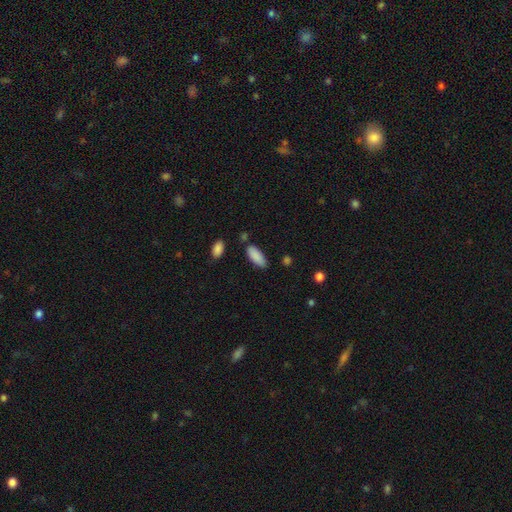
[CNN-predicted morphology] smooth-or-featured: smooth: 89% | star or artifact: 7% | featured or disk: 4%
  how-rounded: in between: 80% | cigar-shaped: 18% | round: 2%
  merging: none: 77% | minor disturbance: 15% | merger: 4% | major disturbance: 3%